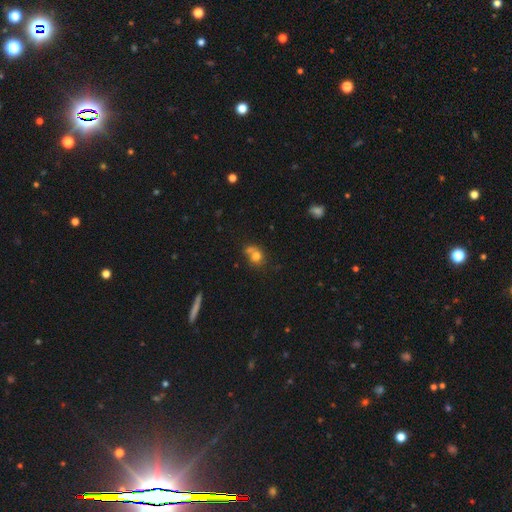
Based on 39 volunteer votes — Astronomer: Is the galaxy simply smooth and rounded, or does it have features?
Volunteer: smooth — 82%.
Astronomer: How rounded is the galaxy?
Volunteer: round — 53% (runner-up: in between, 47%).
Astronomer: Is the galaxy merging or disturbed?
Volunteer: merger — 50% (runner-up: none, 29%).